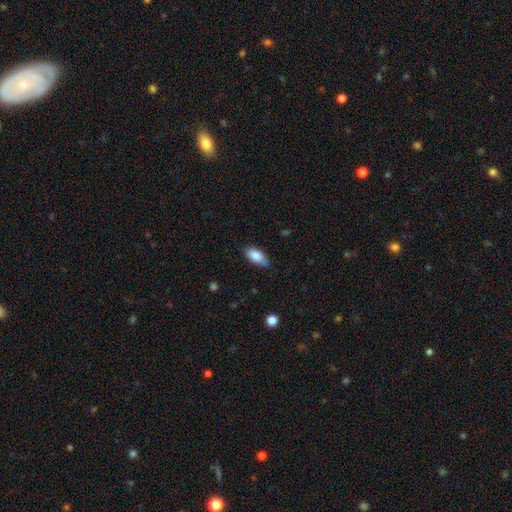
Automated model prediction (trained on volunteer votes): smooth_or_featured: smooth (p=0.83) [alt: featured or disk p=0.11]
how_rounded: in between (p=0.88) [alt: cigar-shaped p=0.09]
merging: none (p=0.71) [alt: minor disturbance p=0.24]